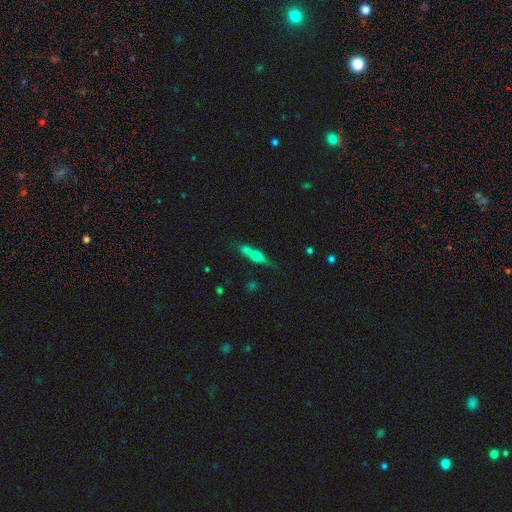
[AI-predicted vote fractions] Q: Smooth or featured?
A: smooth (53%); runner-up: featured or disk (38%)
Q: How rounded?
A: cigar-shaped (70%); runner-up: in between (26%)
Q: Merging?
A: none (50%); runner-up: merger (29%)